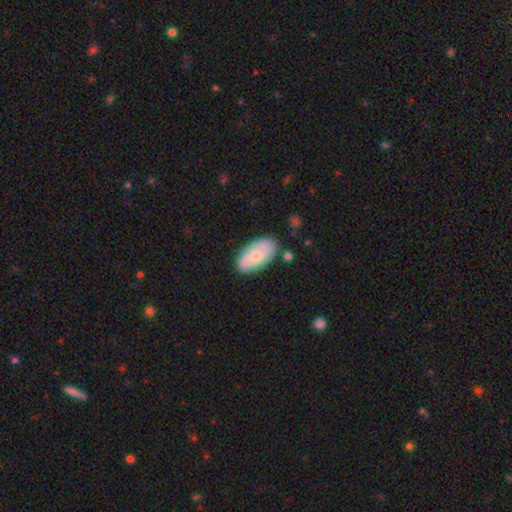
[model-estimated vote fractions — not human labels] smooth_or_featured: smooth (p=0.66) [alt: featured or disk p=0.28]
how_rounded: in between (p=0.94) [alt: cigar-shaped p=0.03]
merging: none (p=0.79) [alt: minor disturbance p=0.15]